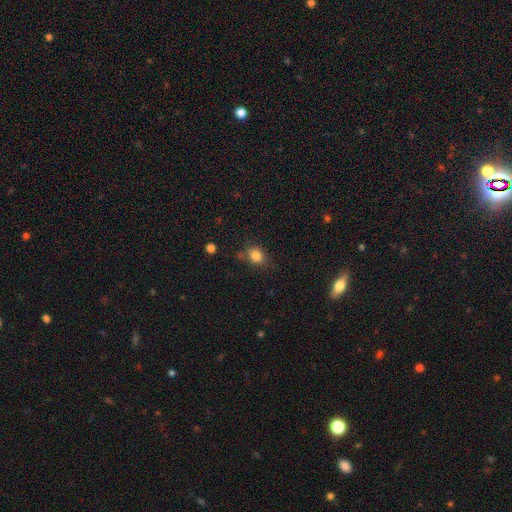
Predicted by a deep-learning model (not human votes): Overall: smooth (82%). How rounded: round (50%; in between 49%). Merging: none (71%).